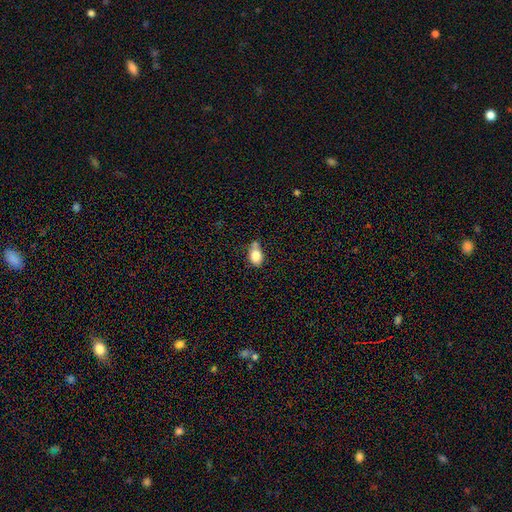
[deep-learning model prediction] Smooth or featured: smooth — 83% (star or artifact — 9%)
How rounded: in between — 73% (round — 25%)
Merging: none — 54% (minor disturbance — 27%)